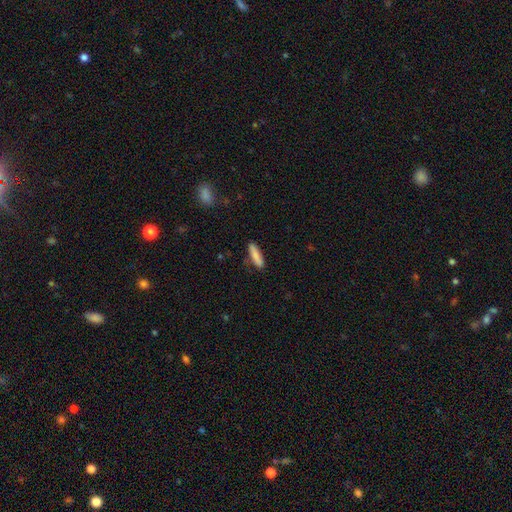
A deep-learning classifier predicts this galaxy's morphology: type=smooth (85%); roundness=cigar-shaped (75%); merging=none (84%).